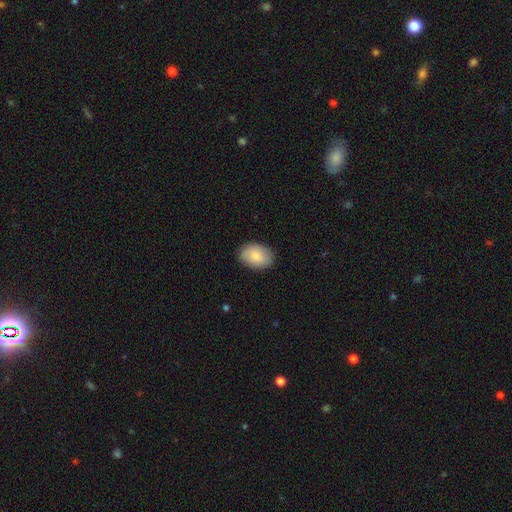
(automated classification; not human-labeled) Smooth or featured?
  - smooth: 83% *
  - featured or disk: 11%
  - star or artifact: 6%
How rounded?
  - in between: 85% *
  - round: 14%
  - cigar-shaped: 1%
Merging?
  - none: 87% *
  - minor disturbance: 10%
  - major disturbance: 2%
  - merger: 1%